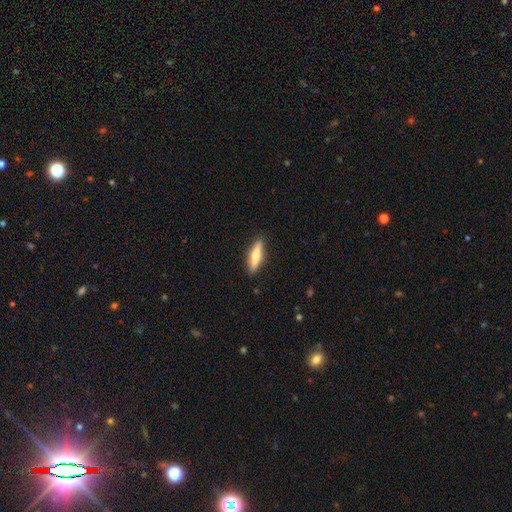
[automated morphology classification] Smooth or featured? Predicted: smooth (p=0.57). How rounded? Predicted: cigar-shaped (p=0.73). Merging? Predicted: none (p=0.88).